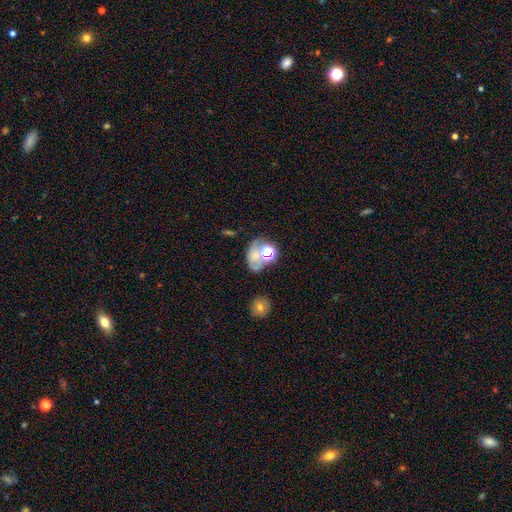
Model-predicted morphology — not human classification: Smooth or featured? smooth (48%)
Merging? none (36%)